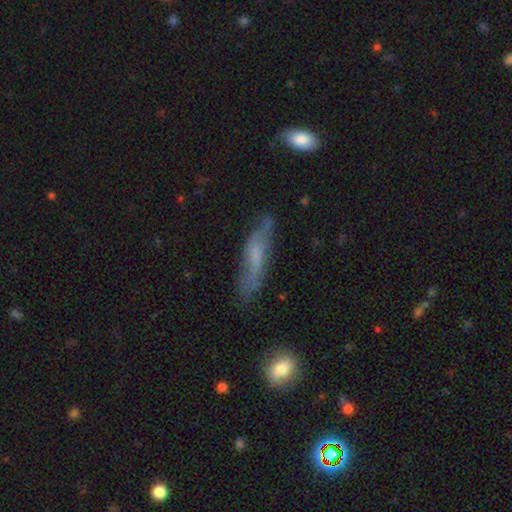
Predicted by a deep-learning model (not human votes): smooth-or-featured: featured or disk: 48% | smooth: 43% | star or artifact: 9%
  merging: none: 65% | minor disturbance: 24% | major disturbance: 9% | merger: 2%